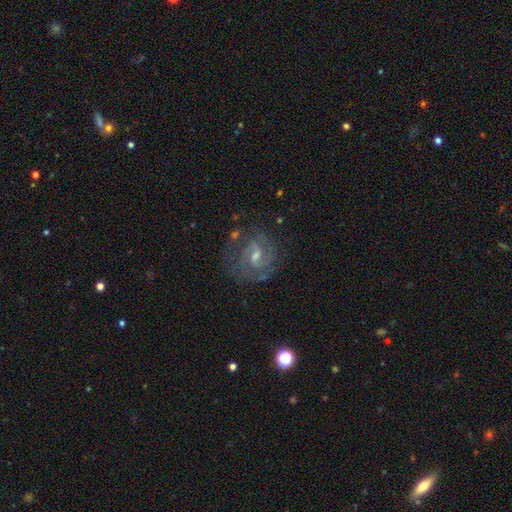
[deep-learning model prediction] smooth-or-featured: featured or disk: 82% | smooth: 9% | star or artifact: 9%
  disk-edge-on: no: 97% | yes: 3%
    bar: weak: 58% | no: 22% | strong: 19%
    has-spiral-arms: yes: 94% | no: 6%
      spiral-winding: tight: 51% | medium: 40% | loose: 9%
      spiral-arm-count: 2: 65% | can't tell: 16% | 3: 10% | 1: 3% | 4: 3% | more than 4: 2%
    bulge-size: small: 52% | moderate: 41% | none: 4% | large: 2% | dominant: 1%
  merging: none: 74% | minor disturbance: 15% | major disturbance: 9% | merger: 2%